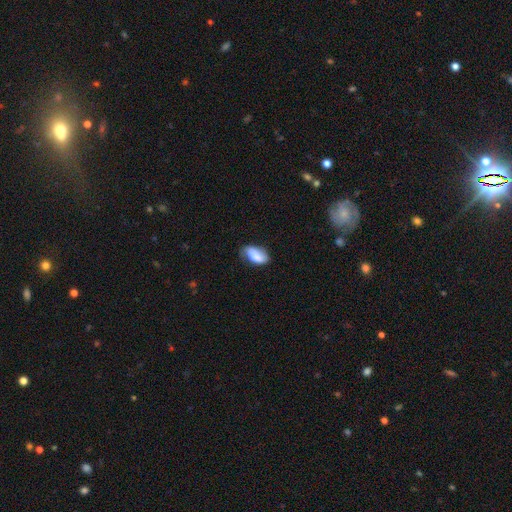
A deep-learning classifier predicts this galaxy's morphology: A smooth galaxy with no disk features (75%) that is in between round and cigar-shaped (92%).

Vote fractions:
- Smooth or featured? smooth: 75% / featured or disk: 18% / star or artifact: 7%
- How rounded? in between: 92% / round: 4% / cigar-shaped: 3%
- Merging? none: 60% / minor disturbance: 31% / major disturbance: 7% / merger: 2%